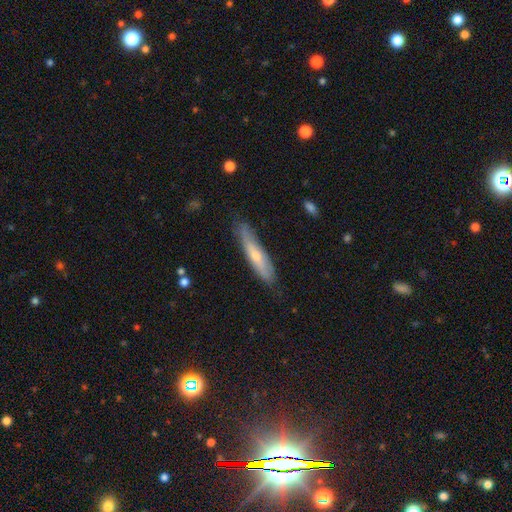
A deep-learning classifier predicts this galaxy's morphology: Q: Smooth or featured?
A: smooth (51%); runner-up: featured or disk (42%)
Q: How rounded?
A: cigar-shaped (84%); runner-up: in between (14%)
Q: Merging?
A: none (74%); runner-up: minor disturbance (20%)